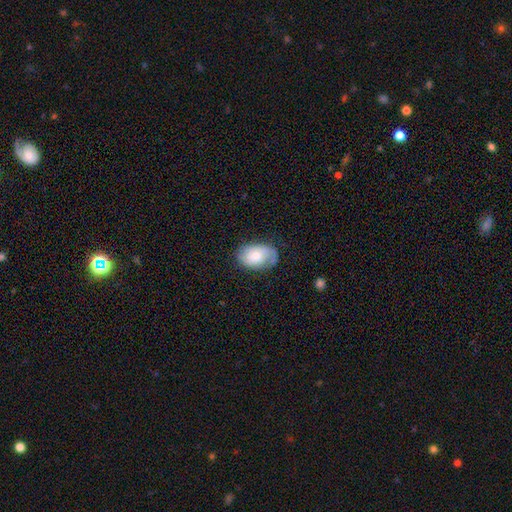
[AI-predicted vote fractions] smooth 63%, featured or disk 30%, star or artifact 7%. Down the decision tree: how rounded — in between (86%); merging — none (63%).